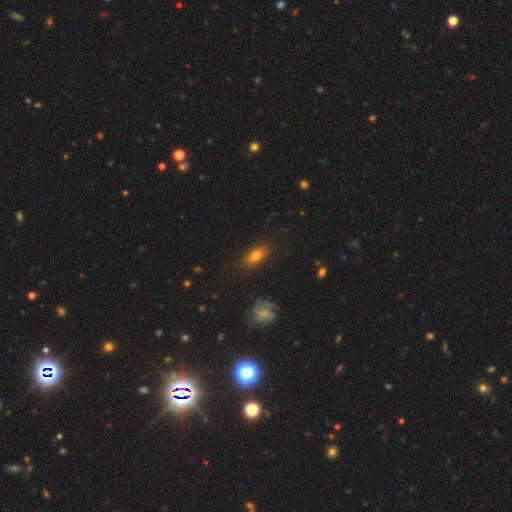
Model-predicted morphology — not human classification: The model was most divided on "smooth or featured": smooth: 75%, featured or disk: 15%, star or artifact: 10%. More confident: merging — none (83%); how rounded — in between (83%).